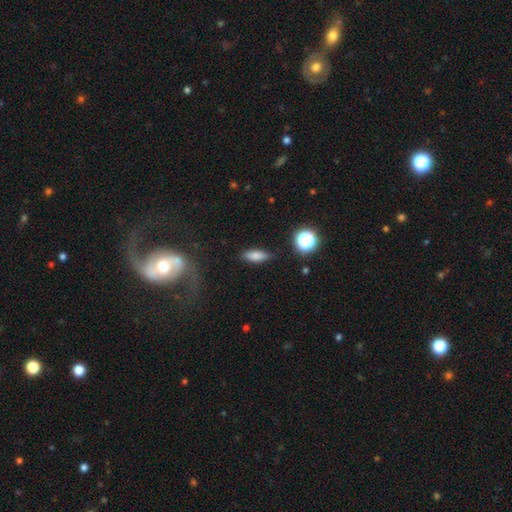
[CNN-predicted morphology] Smooth or featured?
  - smooth: 78% *
  - featured or disk: 12%
  - star or artifact: 10%
How rounded?
  - in between: 65% *
  - cigar-shaped: 30%
  - round: 5%
Merging?
  - none: 83% *
  - minor disturbance: 12%
  - major disturbance: 3%
  - merger: 2%